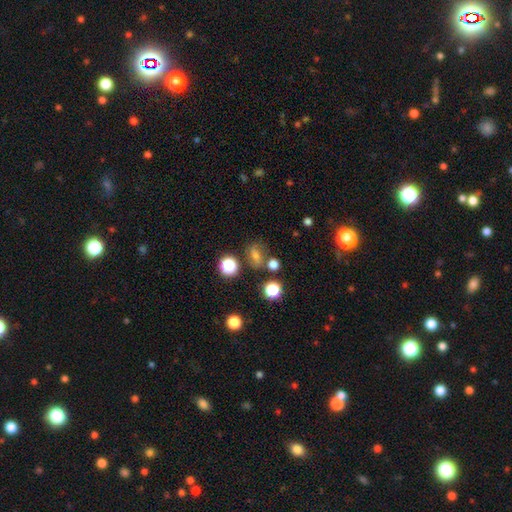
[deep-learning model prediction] smooth 54%, featured or disk 23%, star or artifact 23%. Down the decision tree: how rounded — in between (53%); merging — none (62%).